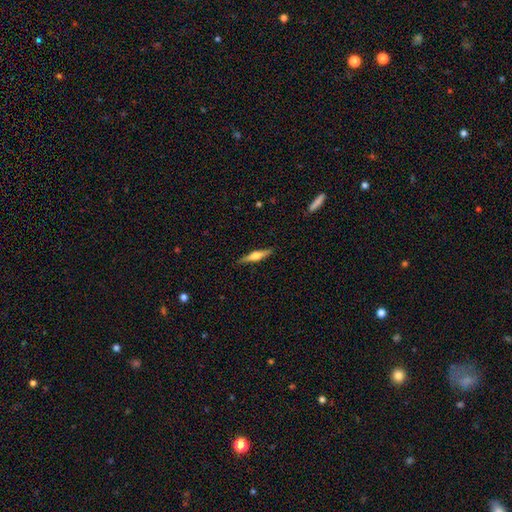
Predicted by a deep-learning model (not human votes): A featured or disk galaxy (62%) viewed edge-on (97%) with a rounded central bulge (90%).

Vote fractions:
- Smooth or featured? featured or disk: 62% / smooth: 32% / star or artifact: 6%
- Edge-on disk? yes: 97% / no: 3%
- Edge-on bulge? rounded: 90% / boxy: 7% / none: 4%
- Merging? none: 90% / minor disturbance: 8% / major disturbance: 2% / merger: 1%